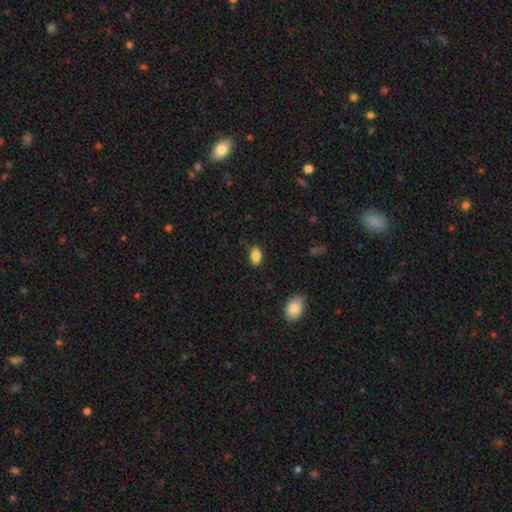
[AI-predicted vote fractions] Smooth or featured? Predicted: smooth (p=0.86). How rounded? Predicted: in between (p=0.90). Merging? Predicted: none (p=0.84).